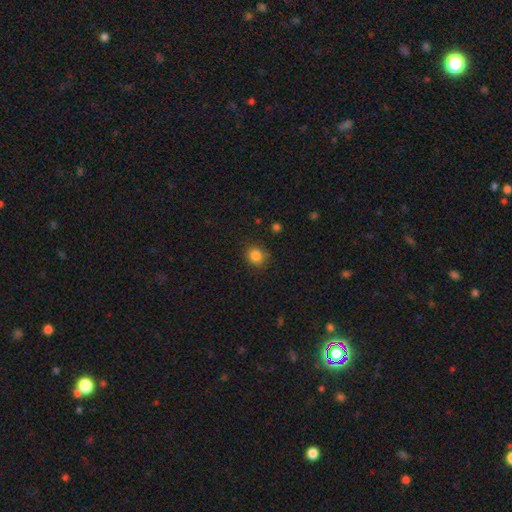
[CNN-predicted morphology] The model was most divided on "how rounded": round: 85%, in between: 14%, cigar-shaped: 1%. More confident: smooth or featured — smooth (84%); merging — none (84%).